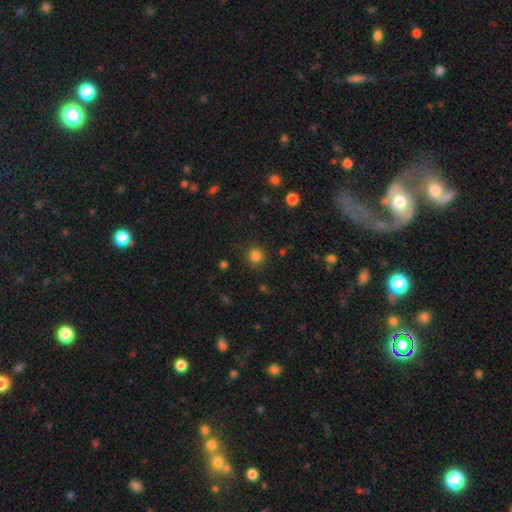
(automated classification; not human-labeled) A smooth galaxy with no disk features (82%) that is round (93%).

Vote fractions:
- Smooth or featured? smooth: 82% / star or artifact: 13% / featured or disk: 4%
- How rounded? round: 93% / in between: 6% / cigar-shaped: 1%
- Merging? none: 88% / minor disturbance: 8% / major disturbance: 3% / merger: 1%